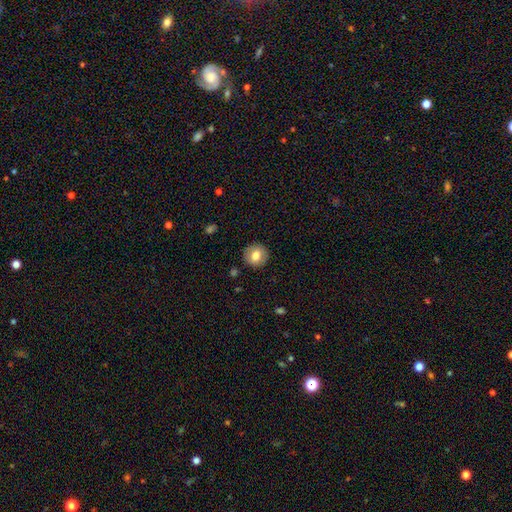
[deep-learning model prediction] Smooth or featured?
  - smooth: 78% *
  - featured or disk: 14%
  - star or artifact: 8%
How rounded?
  - round: 90% *
  - in between: 9%
  - cigar-shaped: 1%
Merging?
  - none: 90% *
  - minor disturbance: 7%
  - major disturbance: 2%
  - merger: 1%